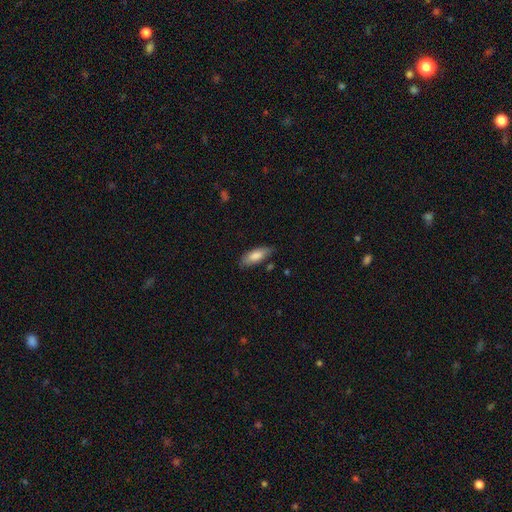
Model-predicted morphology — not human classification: This appears to be a smooth galaxy with no disk features (81%) that is in between round and cigar-shaped (73%). Merging: none (72%).